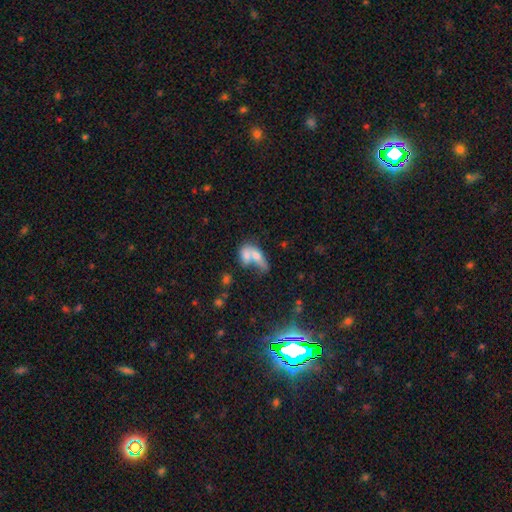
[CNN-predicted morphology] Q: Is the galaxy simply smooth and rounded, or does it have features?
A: smooth — 64%.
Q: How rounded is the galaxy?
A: in between — 73%.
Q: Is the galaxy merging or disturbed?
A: merger — 70%.